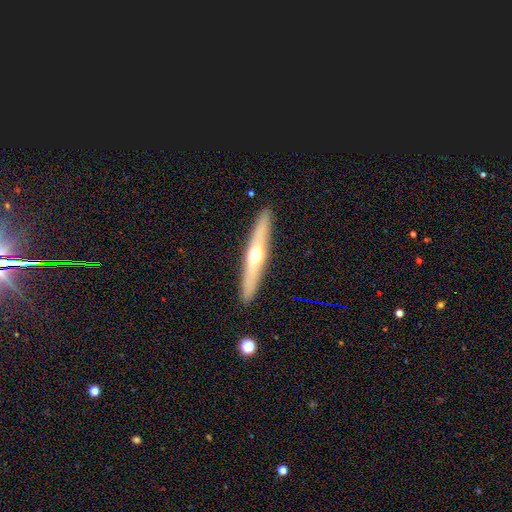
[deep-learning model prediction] This is possibly a featured or disk galaxy (59%). It is clearly viewed edge-on (94%). Edge-on bulge: clearly rounded (89%). Merging: clearly none (91%).